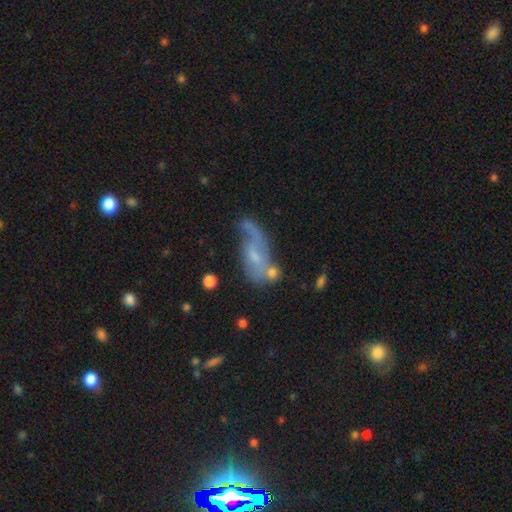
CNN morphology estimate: Smooth or featured: featured or disk — 56% (smooth — 32%)
Edge-on disk: no — 88% (yes — 12%)
Merging: none — 33% (major disturbance — 27%)